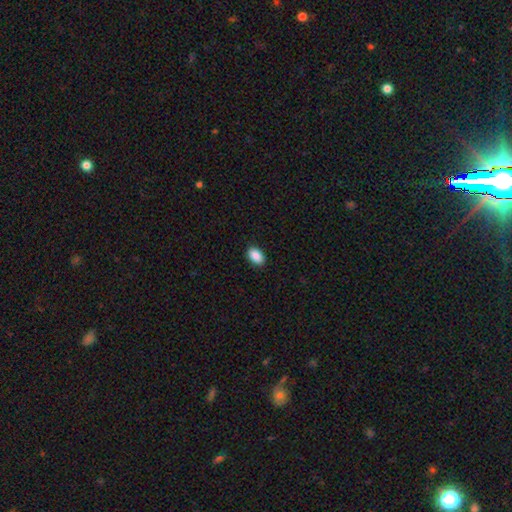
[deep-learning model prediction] smooth 90%, star or artifact 7%, featured or disk 3%. Down the decision tree: how rounded — in between (90%); merging — none (90%).